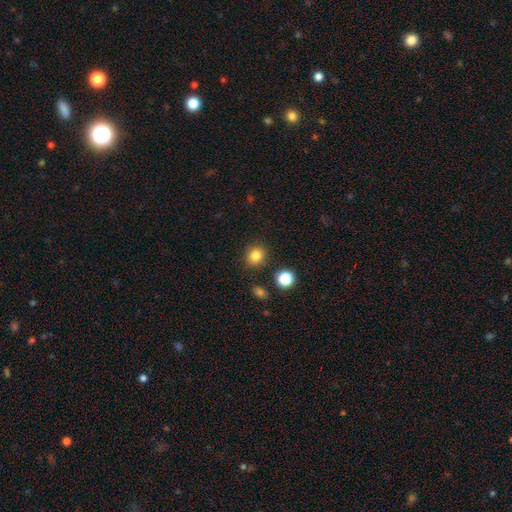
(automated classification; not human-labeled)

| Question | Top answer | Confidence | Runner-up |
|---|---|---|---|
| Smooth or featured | smooth | 83% | star or artifact (12%) |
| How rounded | round | 87% | in between (12%) |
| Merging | none | 87% | minor disturbance (7%) |